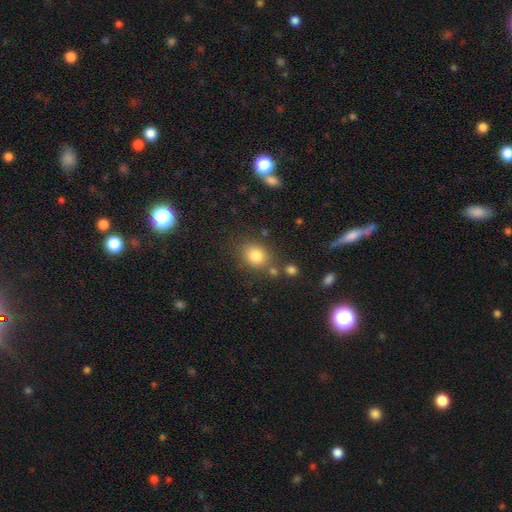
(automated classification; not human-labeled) Morphology: type=smooth (81%); roundness=round (59%); merging=none (74%).